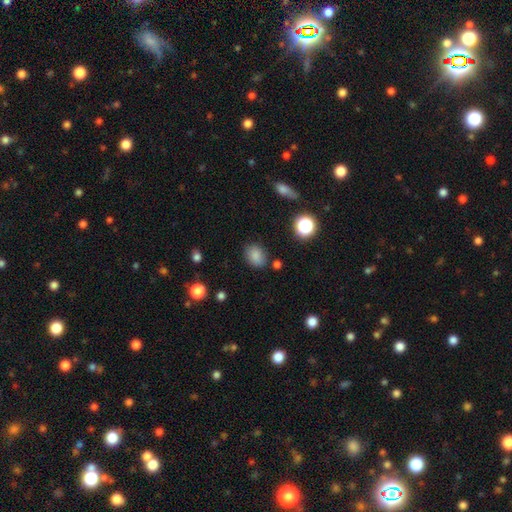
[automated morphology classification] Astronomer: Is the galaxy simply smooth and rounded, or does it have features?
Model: smooth — 83%.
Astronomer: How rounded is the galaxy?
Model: in between — 58% (runner-up: round, 40%).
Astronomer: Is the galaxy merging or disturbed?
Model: none — 79%.